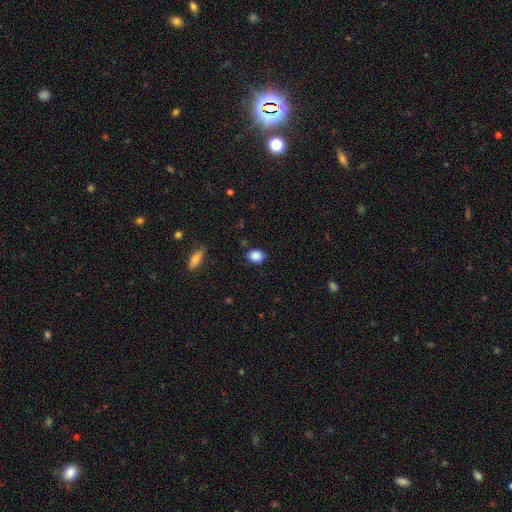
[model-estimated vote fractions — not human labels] This is clearly a smooth galaxy (88%). How rounded: likely in between (66%). Merging: clearly none (83%).